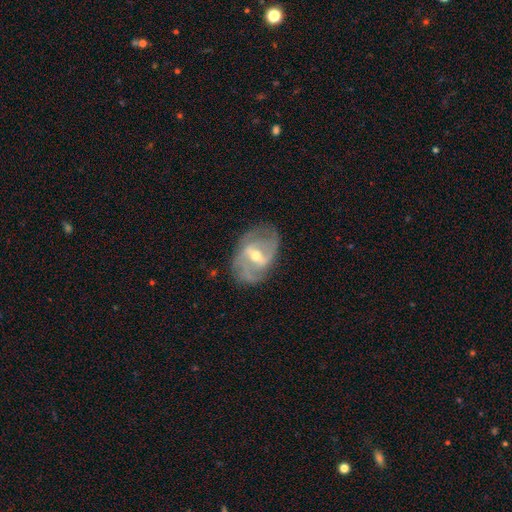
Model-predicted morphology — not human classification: A featured or disk galaxy (84%) with a weak bar (46%), 2 (52%) medium (44%) spiral arms (90%) and a moderate central bulge (61%). Merging: none (70%).